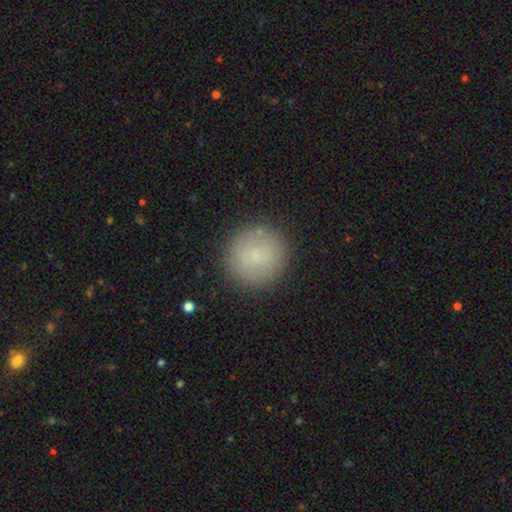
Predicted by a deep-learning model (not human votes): Q: Smooth or featured?
A: smooth (77%); runner-up: featured or disk (14%)
Q: How rounded?
A: round (93%); runner-up: in between (6%)
Q: Merging?
A: none (89%); runner-up: minor disturbance (8%)